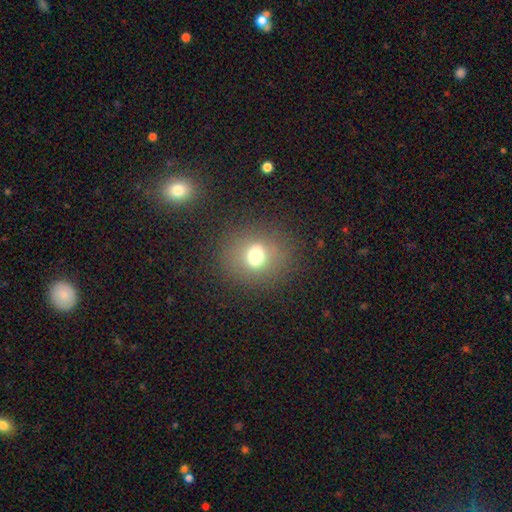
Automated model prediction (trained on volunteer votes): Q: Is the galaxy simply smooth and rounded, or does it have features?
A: smooth — 66%.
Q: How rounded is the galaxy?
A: round — 72%.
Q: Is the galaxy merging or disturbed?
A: none — 83%.